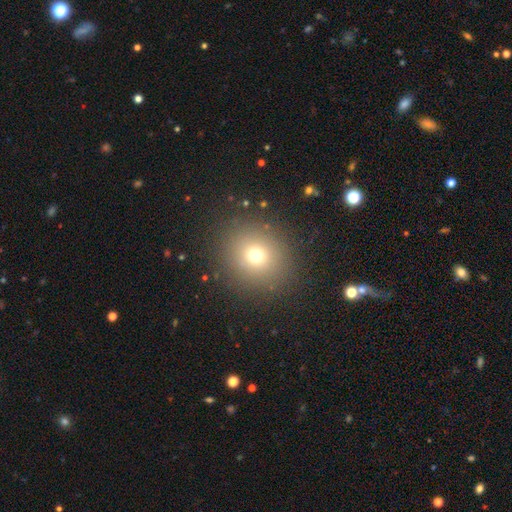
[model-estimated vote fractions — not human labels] This appears to be a smooth galaxy with no disk features (70%) that is round (87%). Merging: none (87%).